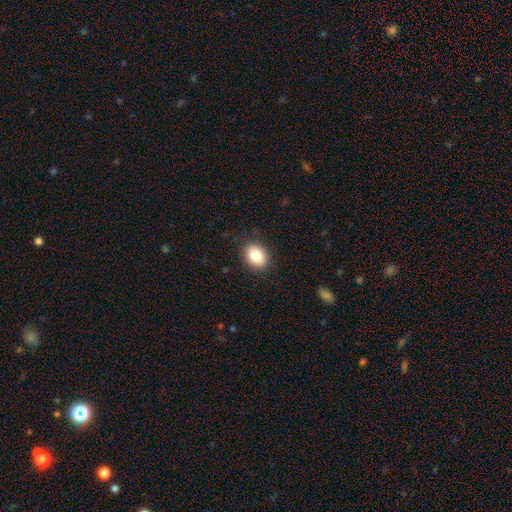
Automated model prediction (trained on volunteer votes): Smooth or featured? Predicted: smooth (p=0.84). How rounded? Predicted: in between (p=0.70). Merging? Predicted: none (p=0.86).